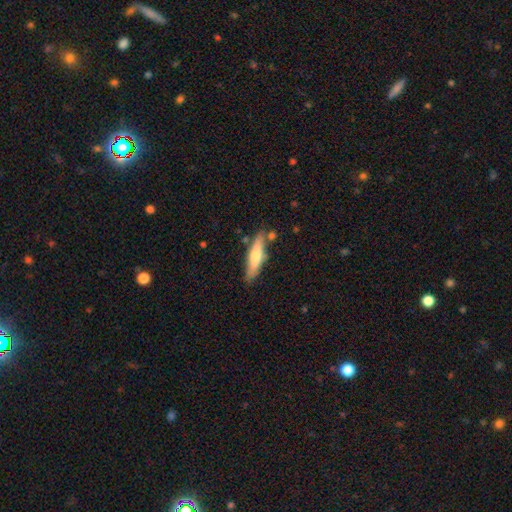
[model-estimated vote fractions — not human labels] Morphology: type=smooth (64%); roundness=cigar-shaped (75%); merging=none (77%).